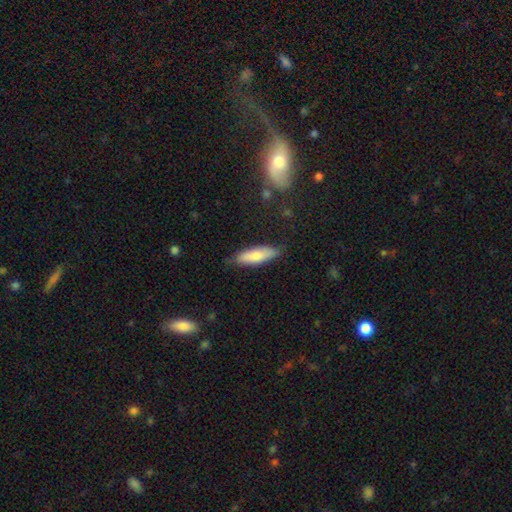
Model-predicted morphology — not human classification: The model was most divided on "how rounded": in between: 51%, cigar-shaped: 47%, round: 2%. More confident: merging — none (78%); smooth or featured — smooth (76%).